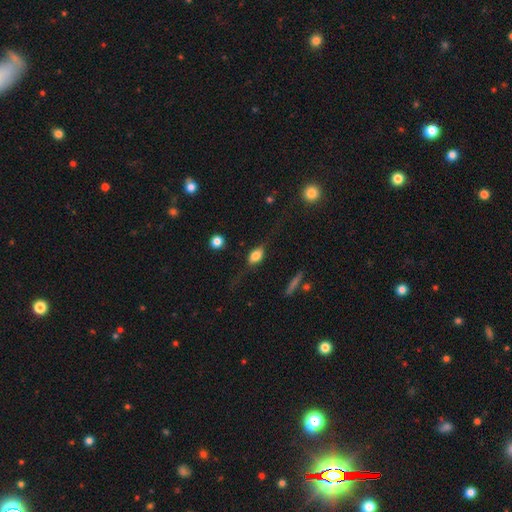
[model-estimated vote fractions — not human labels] Smooth or featured: smooth — 62% (featured or disk — 30%)
How rounded: in between — 79% (round — 13%)
Merging: none — 61% (minor disturbance — 21%)